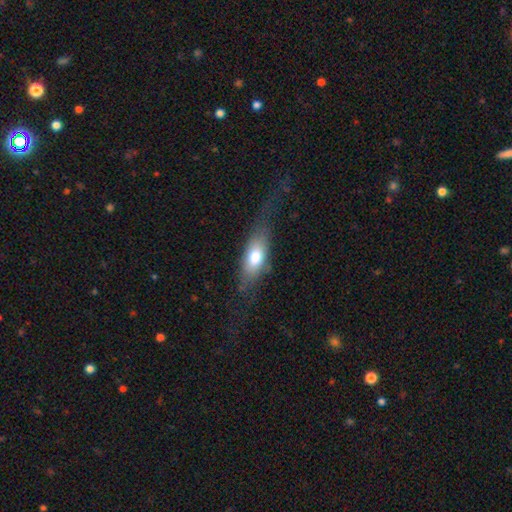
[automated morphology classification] smooth 69%, featured or disk 24%, star or artifact 7%. Down the decision tree: how rounded — in between (75%); merging — none (53%).